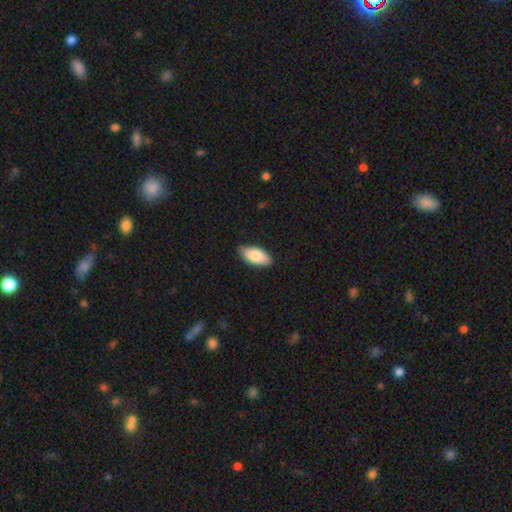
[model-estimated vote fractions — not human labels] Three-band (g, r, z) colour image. It shows a smooth galaxy with no disk features (81%) that is in between round and cigar-shaped (92%). Merging: none (80%).